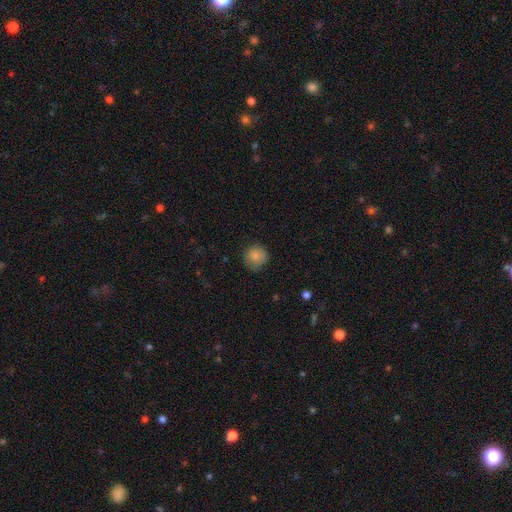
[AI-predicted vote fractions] A smooth galaxy with no disk features (84%) that is round (89%).

Vote fractions:
- Smooth or featured? smooth: 84% / star or artifact: 10% / featured or disk: 6%
- How rounded? round: 89% / in between: 10% / cigar-shaped: 1%
- Merging? none: 71% / minor disturbance: 22% / major disturbance: 5% / merger: 1%